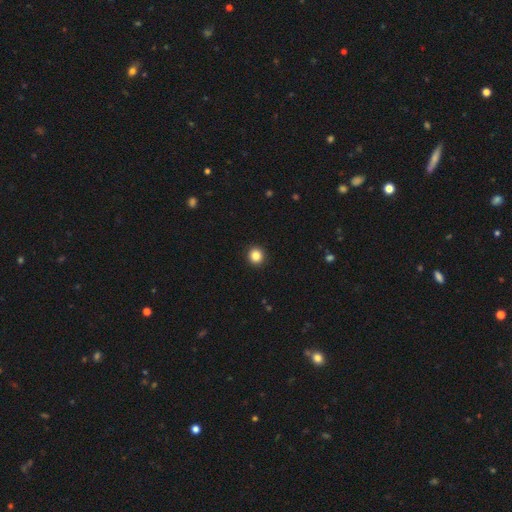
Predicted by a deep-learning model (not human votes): This appears to be a smooth galaxy with no disk features (85%) that is round (90%). Merging: none (93%).